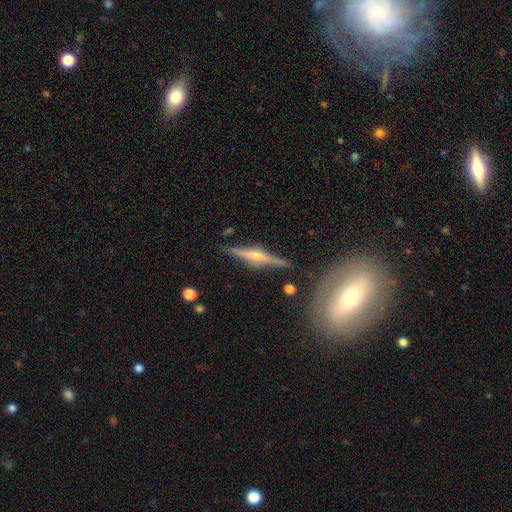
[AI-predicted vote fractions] Morphology: type=featured or disk (80%); edge-on=yes (97%); edge-on bulge=rounded (83%); merging=none (86%).